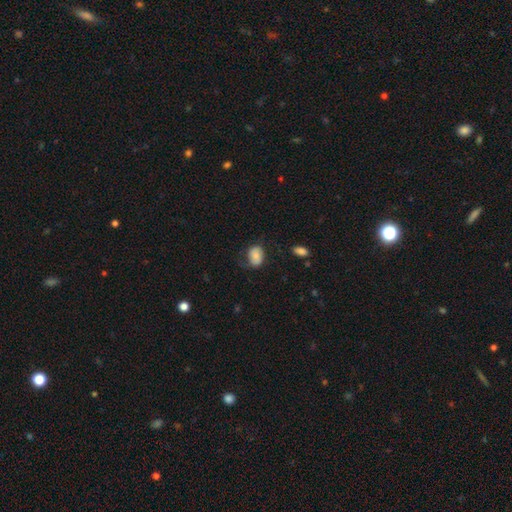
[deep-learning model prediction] Smooth or featured: smooth — 68% (featured or disk — 24%)
How rounded: in between — 72% (round — 27%)
Merging: none — 55% (minor disturbance — 28%)